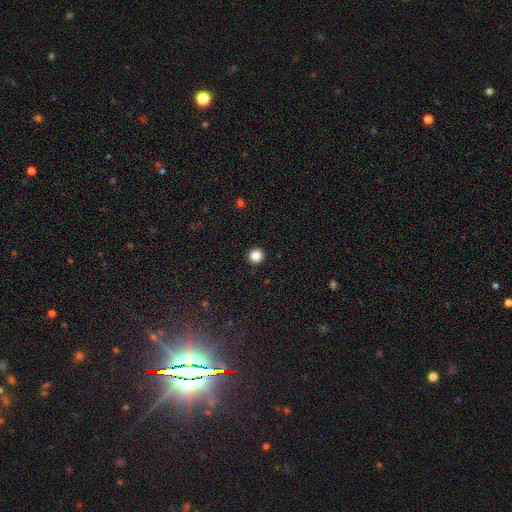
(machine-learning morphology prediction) A smooth galaxy with no disk features (87%) that is round (96%).

Vote fractions:
- Smooth or featured? smooth: 87% / star or artifact: 11% / featured or disk: 3%
- How rounded? round: 96% / in between: 3% / cigar-shaped: 1%
- Merging? none: 94% / minor disturbance: 4% / major disturbance: 1% / merger: 1%